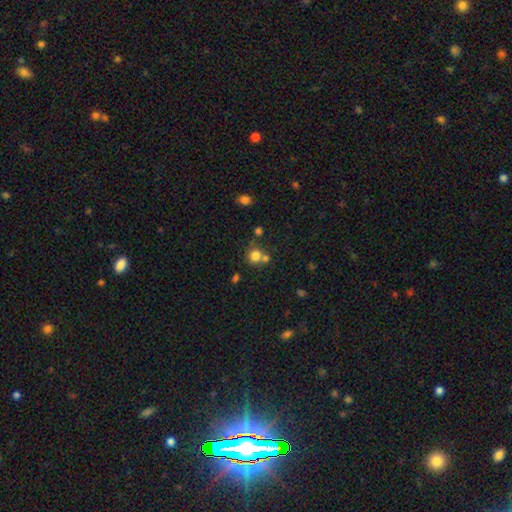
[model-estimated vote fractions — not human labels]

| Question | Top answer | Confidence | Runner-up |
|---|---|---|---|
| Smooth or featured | smooth | 78% | star or artifact (13%) |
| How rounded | round | 85% | in between (14%) |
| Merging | none | 52% | merger (32%) |